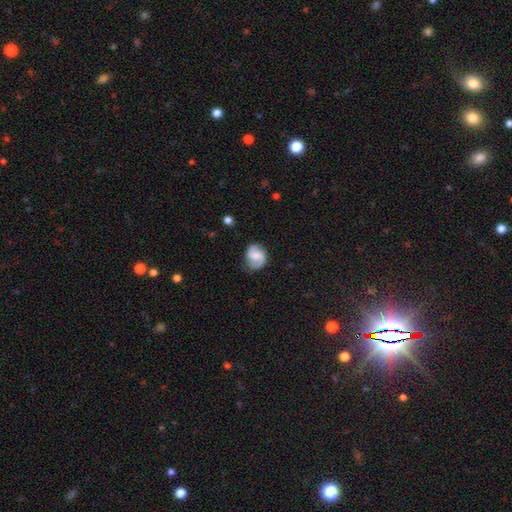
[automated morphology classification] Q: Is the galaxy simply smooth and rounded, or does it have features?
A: featured or disk — 69%.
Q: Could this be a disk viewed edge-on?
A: no — 98%.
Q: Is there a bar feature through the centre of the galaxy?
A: weak — 48%.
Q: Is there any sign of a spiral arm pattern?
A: yes — 94%.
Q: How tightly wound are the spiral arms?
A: medium — 46%.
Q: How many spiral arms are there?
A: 2 — 88%.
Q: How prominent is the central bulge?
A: none — 35%.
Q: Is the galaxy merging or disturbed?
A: none — 76%.